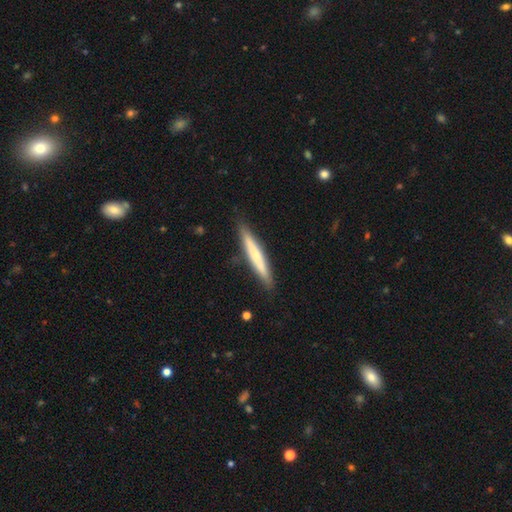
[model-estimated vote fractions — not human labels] Morphology: type=smooth (59%); roundness=cigar-shaped (95%); merging=none (89%).